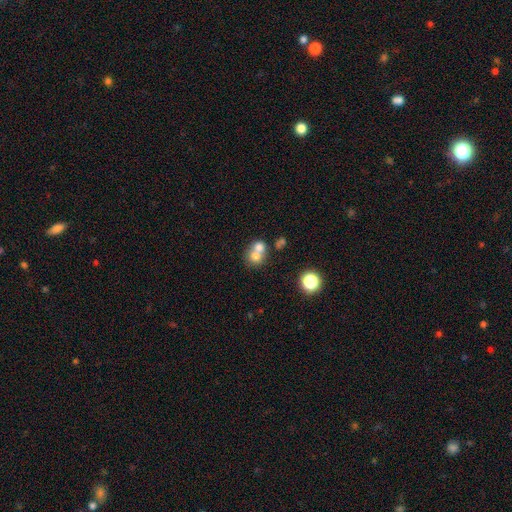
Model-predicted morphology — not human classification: A smooth galaxy with no disk features (68%) that is round (76%). Merging: merger (63%).